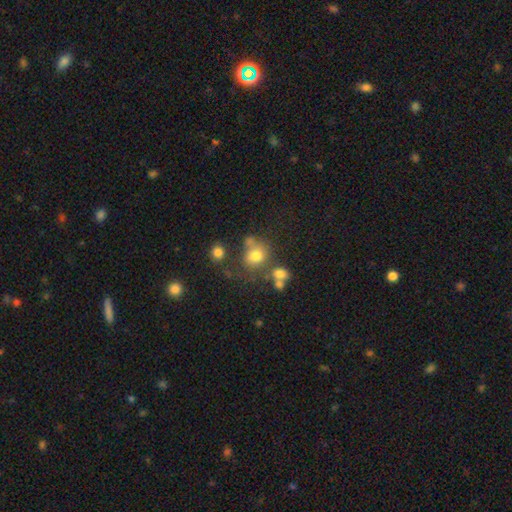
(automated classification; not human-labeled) A smooth galaxy with no disk features (73%) that is round (67%).

Vote fractions:
- Smooth or featured? smooth: 73% / star or artifact: 15% / featured or disk: 12%
- How rounded? round: 67% / in between: 32% / cigar-shaped: 1%
- Merging? none: 50% / merger: 22% / minor disturbance: 17% / major disturbance: 10%